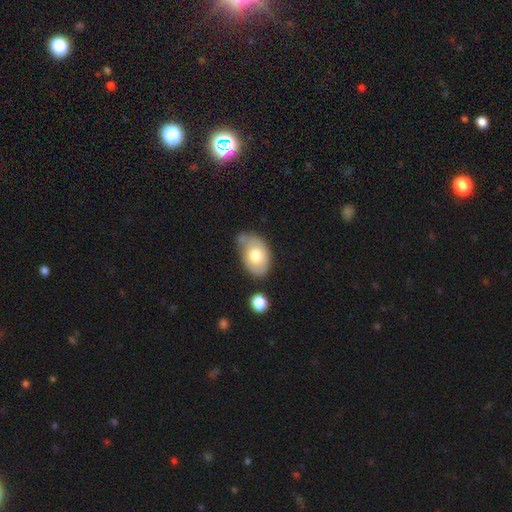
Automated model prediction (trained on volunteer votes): Smooth or featured? Predicted: smooth (p=0.68). How rounded? Predicted: in between (p=0.86). Merging? Predicted: none (p=0.44).